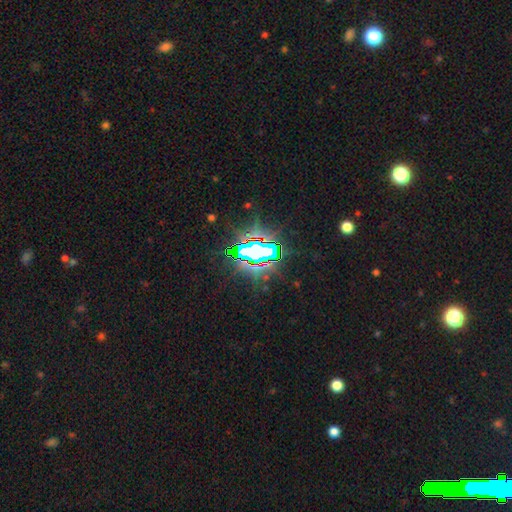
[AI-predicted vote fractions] A star or artifact, not a galaxy (82%).

Vote fractions:
- Smooth or featured? star or artifact: 82% / smooth: 10% / featured or disk: 8%